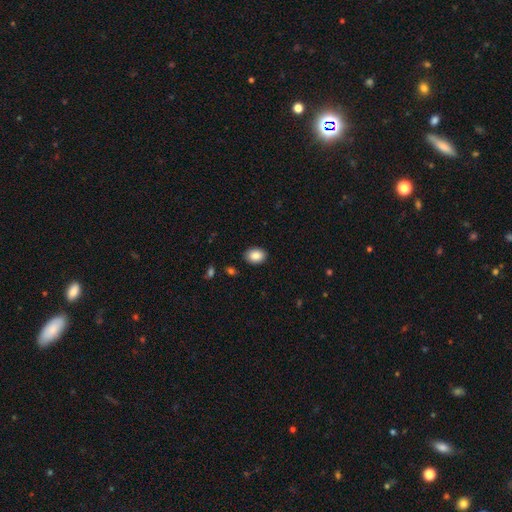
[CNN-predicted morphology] This appears to be a smooth galaxy with no disk features (87%) that is in between round and cigar-shaped (70%). Merging: none (89%).